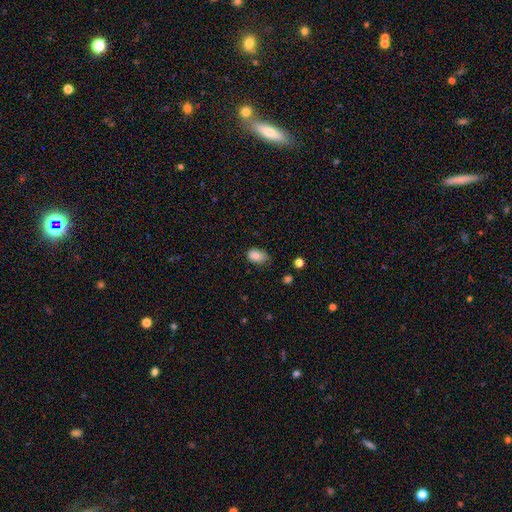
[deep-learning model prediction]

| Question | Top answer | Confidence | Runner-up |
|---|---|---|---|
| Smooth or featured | smooth | 83% | star or artifact (9%) |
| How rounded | in between | 85% | round (14%) |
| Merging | none | 57% | minor disturbance (35%) |